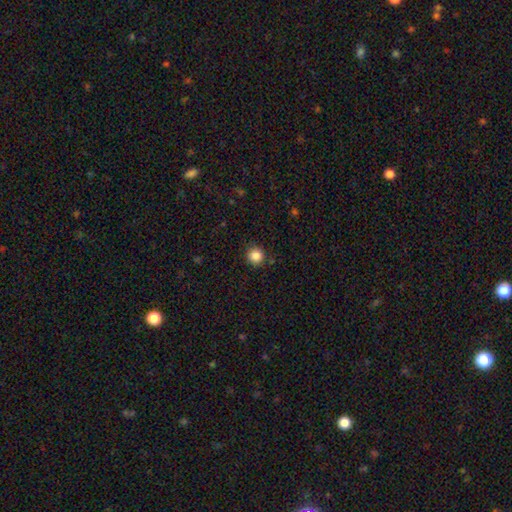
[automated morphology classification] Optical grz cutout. It shows a smooth galaxy with no disk features (86%) that is round (93%). Merging: none (88%).